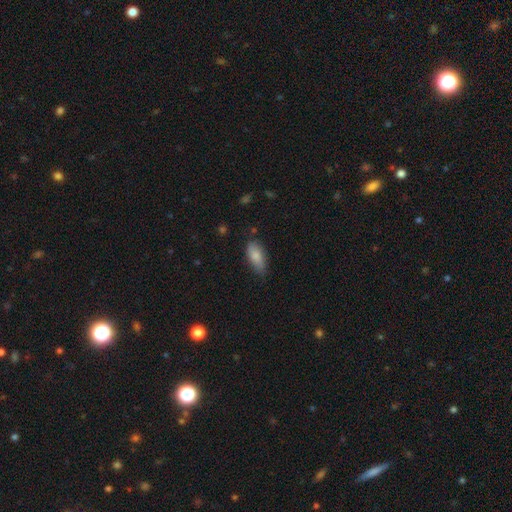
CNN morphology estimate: This is clearly a smooth galaxy (82%). How rounded: clearly in between (86%). Merging: likely none (70%).